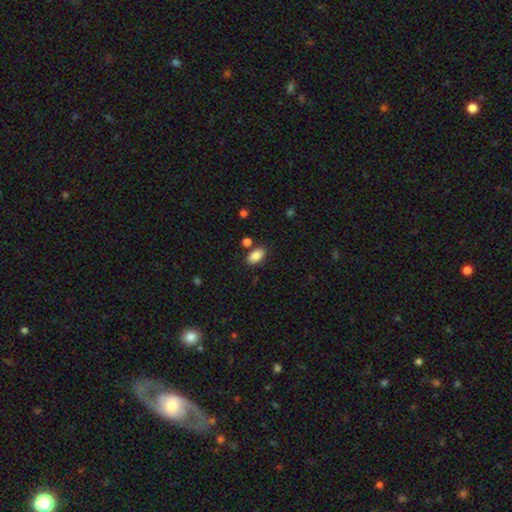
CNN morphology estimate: Overall: smooth (87%). How rounded: in between (92%). Merging: none (78%).